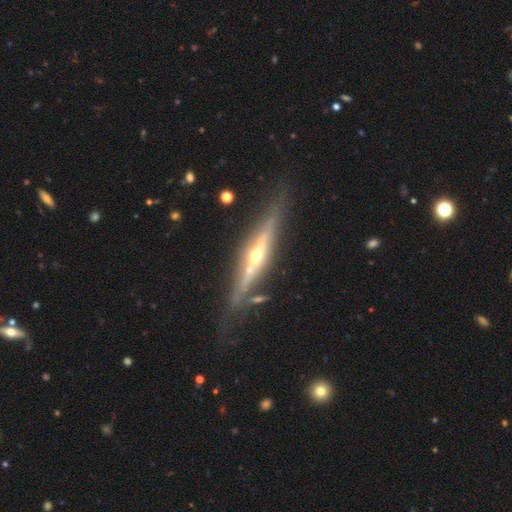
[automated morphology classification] featured or disk 76%, smooth 17%, star or artifact 7%. Down the decision tree: edge-on disk — yes (90%); edge-on bulge — rounded (90%); merging — none (72%).